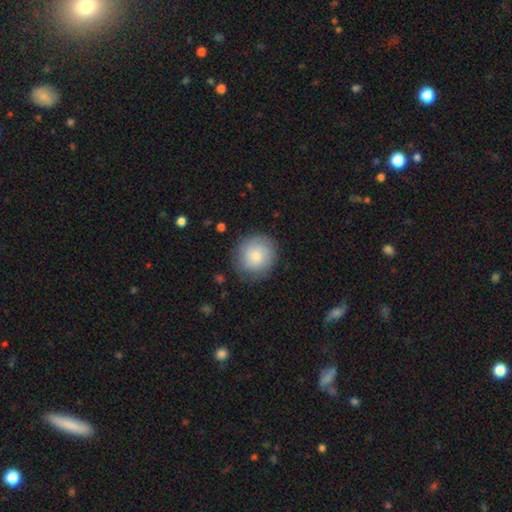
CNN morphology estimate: Smooth or featured: smooth — 74% (featured or disk — 20%)
How rounded: round — 89% (in between — 10%)
Merging: none — 82% (minor disturbance — 13%)